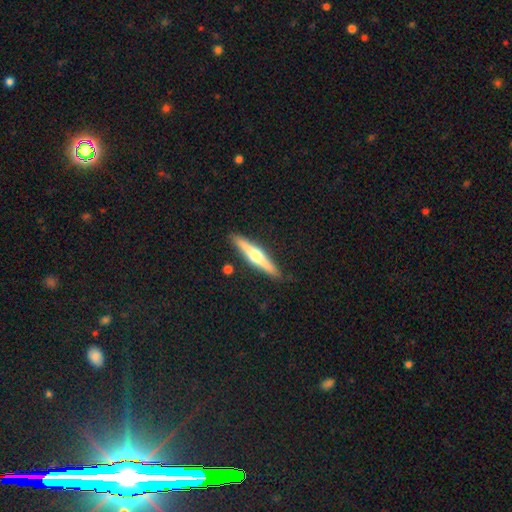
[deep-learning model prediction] Smooth or featured? Predicted: featured or disk (p=0.63). Edge-on disk? Predicted: yes (p=0.97). Edge-on bulge? Predicted: rounded (p=0.93). Merging? Predicted: none (p=0.89).